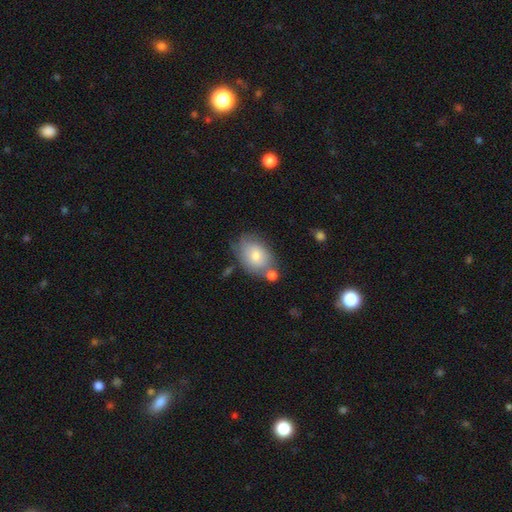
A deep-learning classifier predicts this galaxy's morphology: smooth-or-featured: smooth: 75% | featured or disk: 18% | star or artifact: 7%
  how-rounded: in between: 82% | round: 17% | cigar-shaped: 1%
  merging: none: 58% | minor disturbance: 21% | merger: 15% | major disturbance: 6%